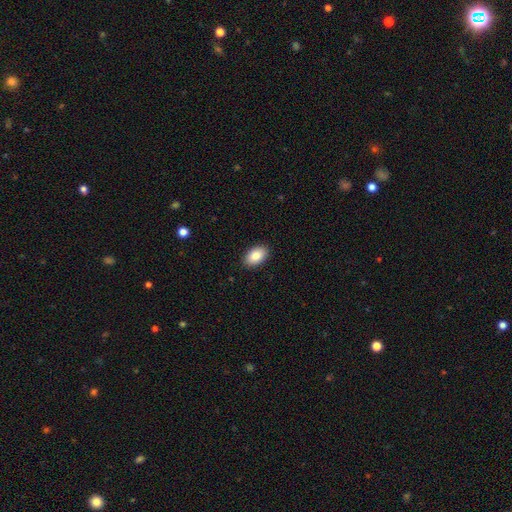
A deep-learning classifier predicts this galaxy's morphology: A smooth galaxy with no disk features (86%) that is in between round and cigar-shaped (93%).

Vote fractions:
- Smooth or featured? smooth: 86% / featured or disk: 7% / star or artifact: 7%
- How rounded? in between: 93% / round: 6% / cigar-shaped: 1%
- Merging? none: 90% / minor disturbance: 8% / major disturbance: 2% / merger: 1%